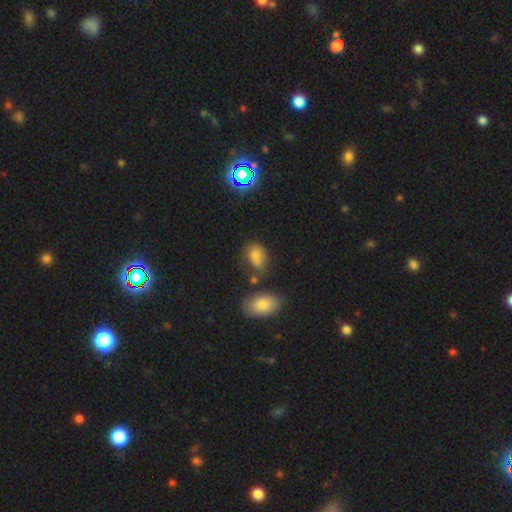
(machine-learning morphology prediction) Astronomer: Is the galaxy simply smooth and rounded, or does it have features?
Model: smooth — 66%.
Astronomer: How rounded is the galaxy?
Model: in between — 76%.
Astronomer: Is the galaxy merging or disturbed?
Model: none — 57%.